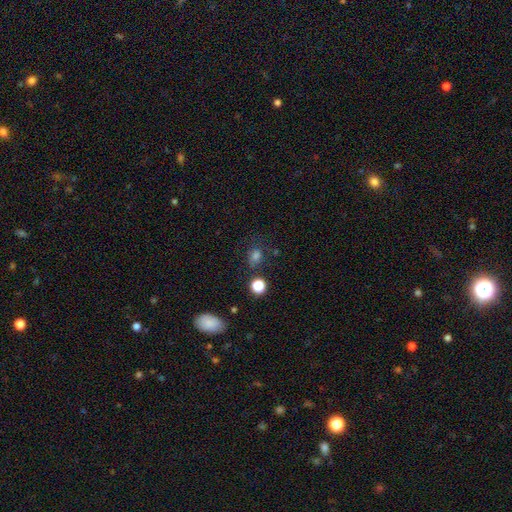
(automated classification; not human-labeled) Smooth or featured: smooth — 70% (star or artifact — 22%)
How rounded: round — 60% (in between — 39%)
Merging: none — 73% (minor disturbance — 15%)